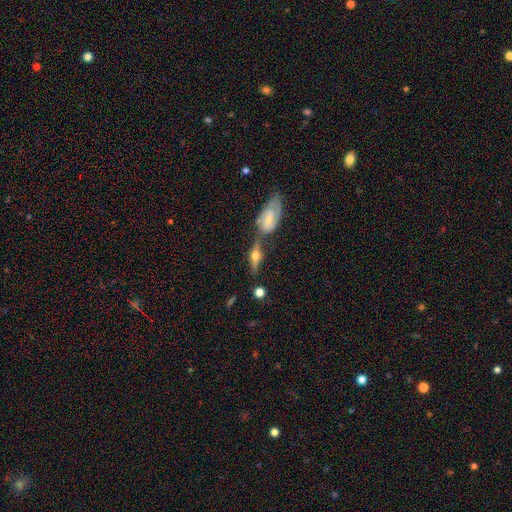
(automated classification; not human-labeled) The model was most divided on "merging": none: 48%, merger: 33%, minor disturbance: 13%, major disturbance: 5%. More confident: edge-on bulge — rounded (94%); edge-on disk — yes (80%); smooth or featured — featured or disk (72%).